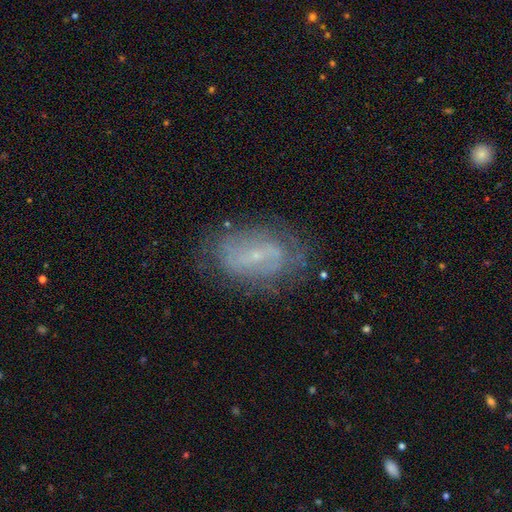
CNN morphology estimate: smooth_or_featured: featured or disk (p=0.70) [alt: smooth p=0.21]
disk_edge_on: no (p=0.94) [alt: yes p=0.06]
bar: weak (p=0.45) [alt: no p=0.31]
has_spiral_arms: yes (p=0.70) [alt: no p=0.30]
bulge_size: small (p=0.81) [alt: moderate p=0.11]
merging: none (p=0.69) [alt: minor disturbance p=0.20]